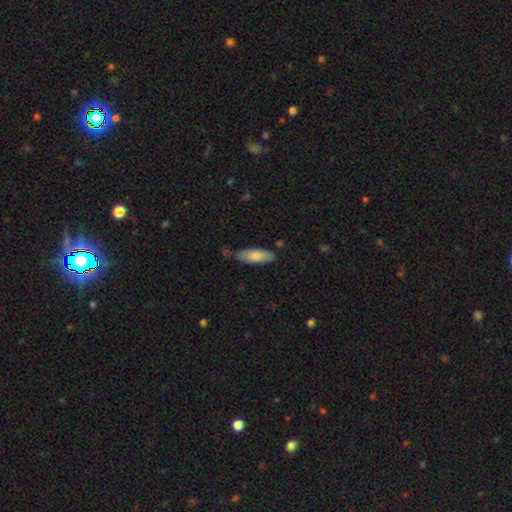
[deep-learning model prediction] Overall: smooth (77%). How rounded: in between (64%; cigar-shaped 34%). Merging: none (70%).